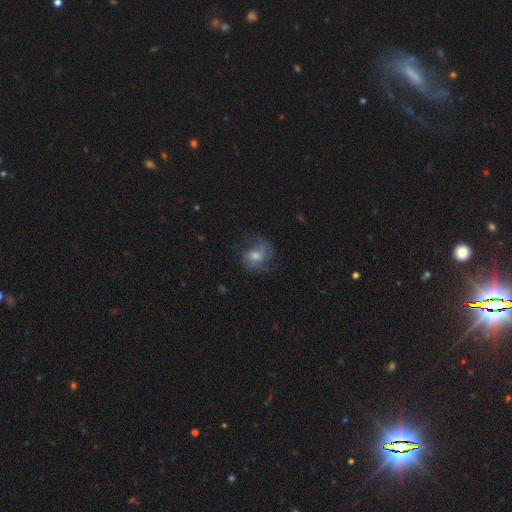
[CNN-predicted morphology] Smooth or featured? Predicted: featured or disk (p=0.65). Edge-on disk? Predicted: no (p=0.97). Bar? Predicted: no (p=0.51). Spiral arms? Predicted: yes (p=0.90). Spiral winding? Predicted: medium (p=0.48). Spiral arm count? Predicted: 2 (p=0.63). Bulge size? Predicted: moderate (p=0.54). Merging? Predicted: none (p=0.66).